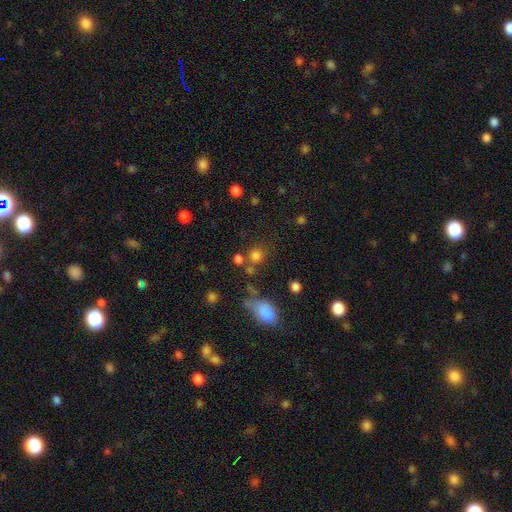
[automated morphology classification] A smooth galaxy with no disk features (77%) that is round (85%).

Vote fractions:
- Smooth or featured? smooth: 77% / star or artifact: 15% / featured or disk: 7%
- How rounded? round: 85% / in between: 14% / cigar-shaped: 1%
- Merging? none: 65% / merger: 18% / minor disturbance: 11% / major disturbance: 6%